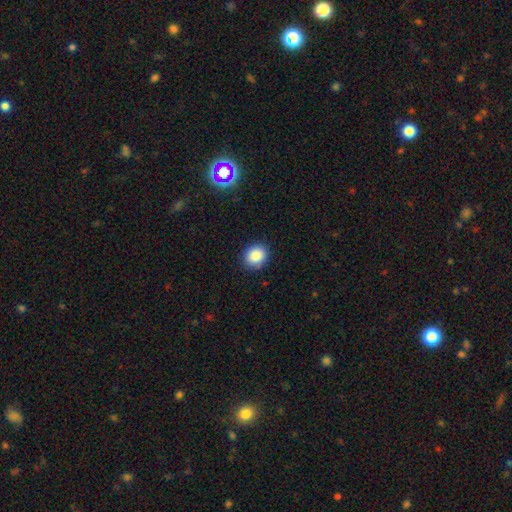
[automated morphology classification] A smooth galaxy with no disk features (87%) that is round (68%). Merging: none (89%).